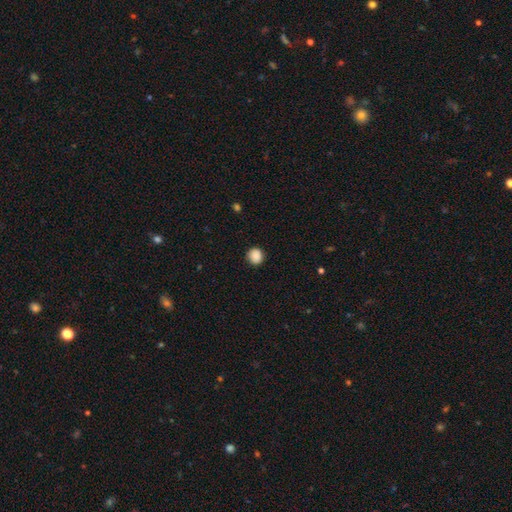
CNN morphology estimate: smooth_or_featured: smooth (p=0.88) [alt: star or artifact p=0.09]
how_rounded: round (p=0.90) [alt: in between p=0.09]
merging: none (p=0.91) [alt: minor disturbance p=0.06]